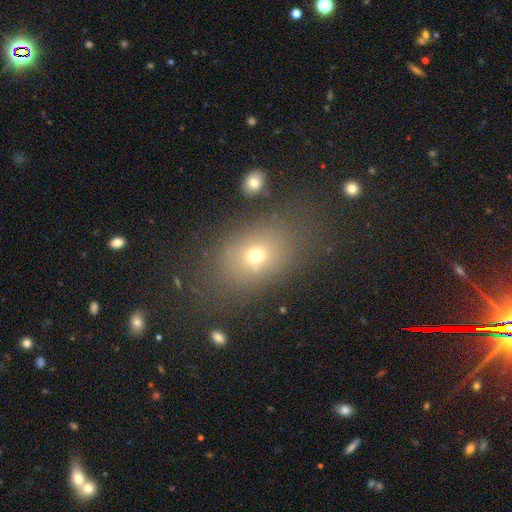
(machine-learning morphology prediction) Smooth or featured? smooth (65%)
How rounded? in between (71%)
Merging? none (70%)